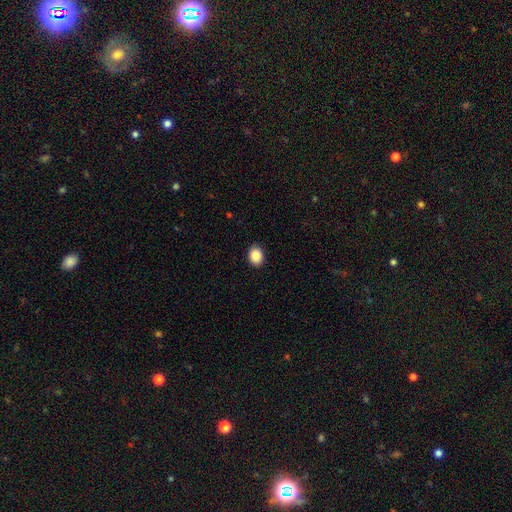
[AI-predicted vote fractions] This is clearly a smooth galaxy (87%). How rounded: possibly in between (56%). Merging: clearly none (90%).